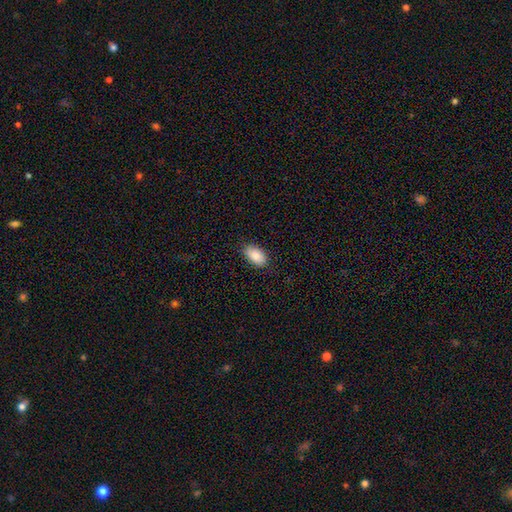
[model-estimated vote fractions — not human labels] Smooth or featured? smooth (87%)
How rounded? in between (93%)
Merging? none (86%)